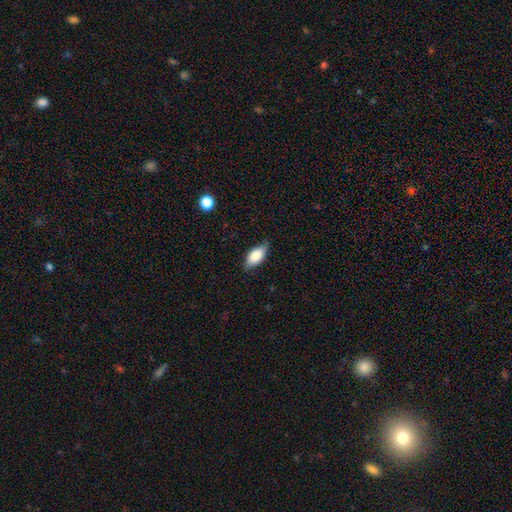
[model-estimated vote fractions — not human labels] Q: Smooth or featured?
A: smooth (80%); runner-up: featured or disk (14%)
Q: How rounded?
A: in between (89%); runner-up: cigar-shaped (8%)
Q: Merging?
A: none (79%); runner-up: minor disturbance (17%)